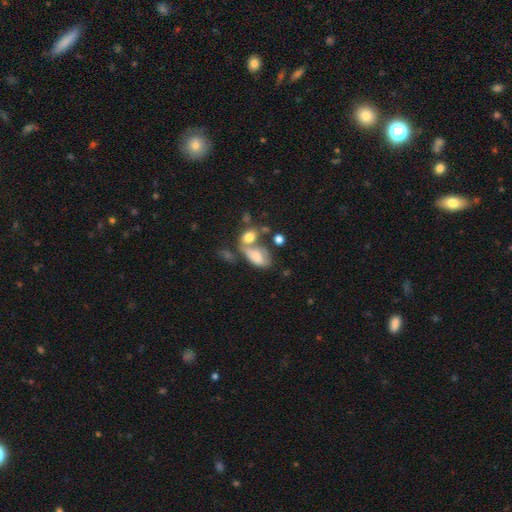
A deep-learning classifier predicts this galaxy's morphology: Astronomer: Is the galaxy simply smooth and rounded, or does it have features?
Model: smooth — 69%.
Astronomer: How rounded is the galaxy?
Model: in between — 89%.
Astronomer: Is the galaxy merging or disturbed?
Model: merger — 47% (runner-up: none, 25%).